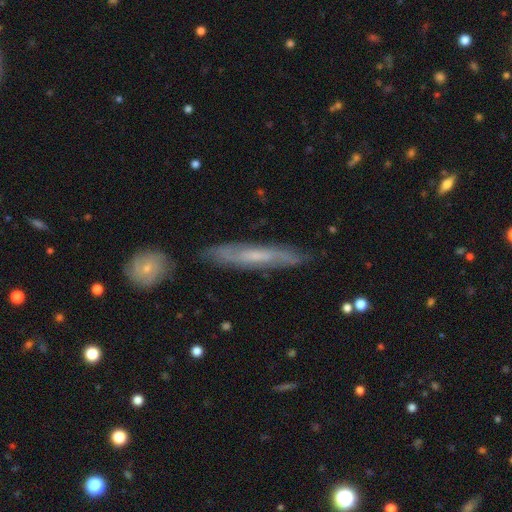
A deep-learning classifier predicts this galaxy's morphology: A featured or disk galaxy (60%) viewed edge-on (65%).

Vote fractions:
- Smooth or featured? featured or disk: 60% / smooth: 33% / star or artifact: 7%
- Edge-on disk? yes: 65% / no: 35%
- Merging? none: 79% / minor disturbance: 15% / major disturbance: 3% / merger: 3%